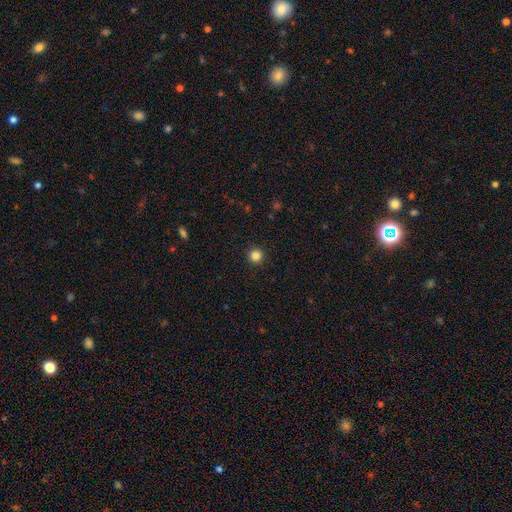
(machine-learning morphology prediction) Smooth or featured? smooth (85%)
How rounded? round (96%)
Merging? none (93%)